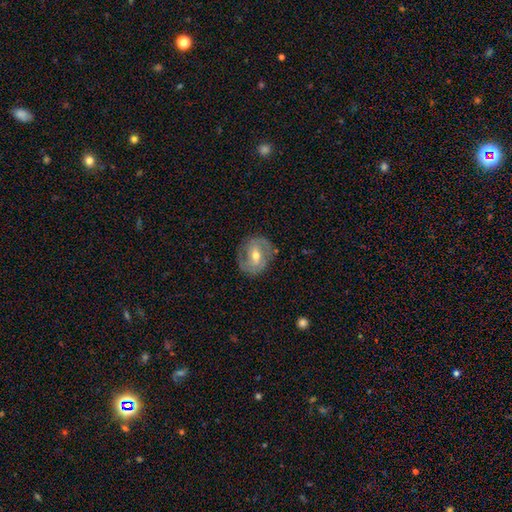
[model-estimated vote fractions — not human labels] smooth-or-featured: featured or disk: 73% | smooth: 21% | star or artifact: 6%
  disk-edge-on: no: 97% | yes: 3%
    bar: weak: 49% | no: 28% | strong: 23%
    has-spiral-arms: yes: 85% | no: 15%
      spiral-winding: medium: 45% | tight: 38% | loose: 17%
      spiral-arm-count: 2: 80% | can't tell: 11% | 1: 4% | 3: 3% | 4: 1% | more than 4: 1%
    bulge-size: moderate: 69% | small: 26% | large: 4% | none: 1% | dominant: 1%
  merging: none: 77% | minor disturbance: 16% | major disturbance: 6% | merger: 1%